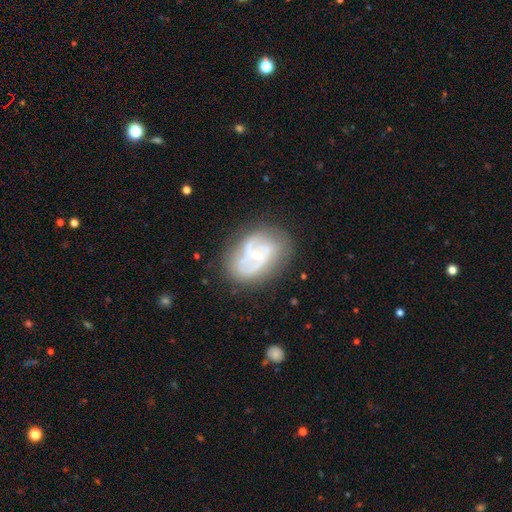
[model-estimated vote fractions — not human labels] Smooth or featured? featured or disk (78%)
Edge-on disk? no (97%)
Bar? no (46%)
Spiral arms? yes (85%)
Spiral winding? medium (45%)
Spiral arm count? 2 (51%)
Bulge size? small (67%)
Merging? none (65%)